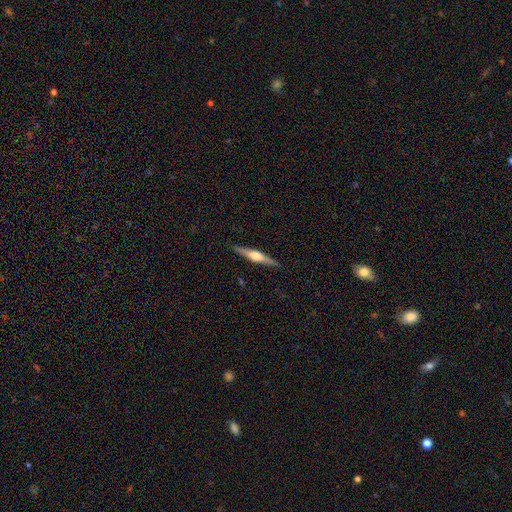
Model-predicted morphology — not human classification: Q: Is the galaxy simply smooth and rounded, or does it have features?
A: featured or disk — 67%.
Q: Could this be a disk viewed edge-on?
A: yes — 98%.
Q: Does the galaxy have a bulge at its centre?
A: rounded — 88%.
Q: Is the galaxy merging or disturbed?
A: none — 91%.